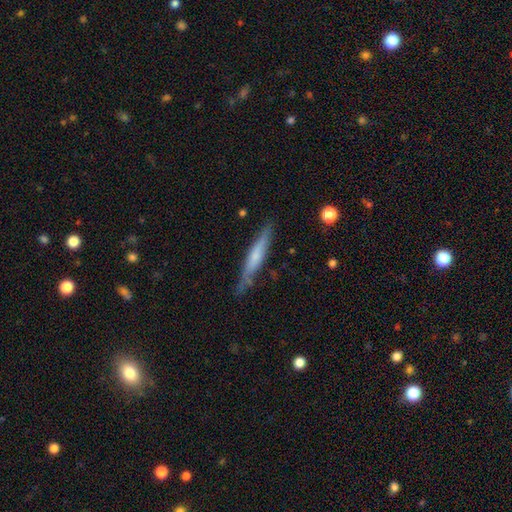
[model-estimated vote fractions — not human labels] Smooth or featured? Predicted: smooth (p=0.49). Merging? Predicted: none (p=0.78).